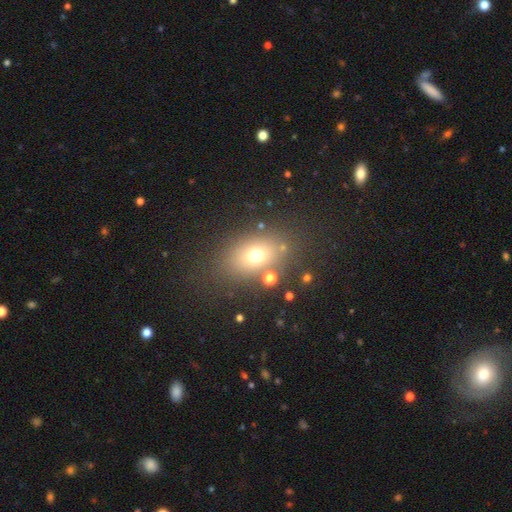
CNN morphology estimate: A smooth galaxy with no disk features (67%) that is in between round and cigar-shaped (68%). Merging: none (76%).